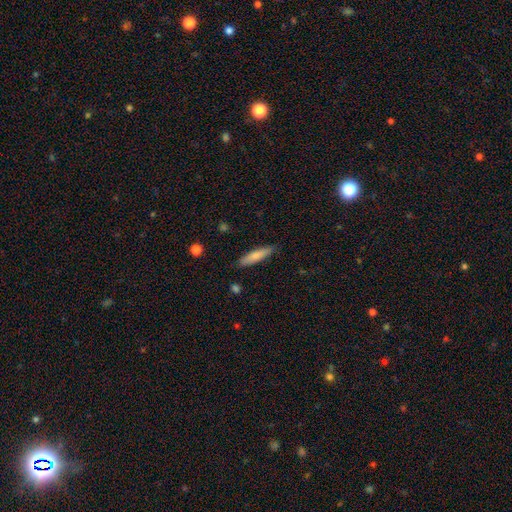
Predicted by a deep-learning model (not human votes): smooth 76%, featured or disk 18%, star or artifact 6%. Down the decision tree: how rounded — cigar-shaped (79%); merging — none (85%).